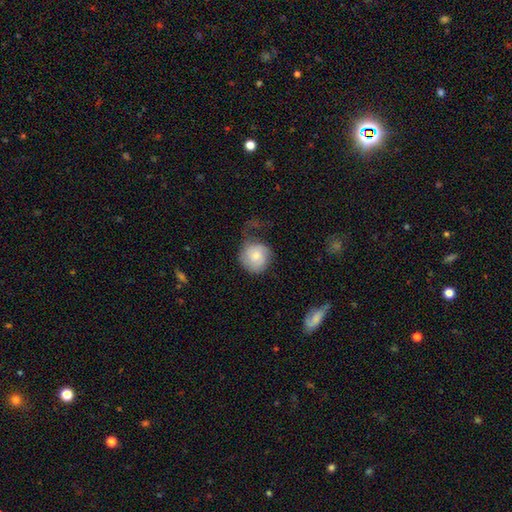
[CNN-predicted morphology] Smooth or featured?
  - smooth: 65% *
  - featured or disk: 28%
  - star or artifact: 7%
How rounded?
  - round: 85% *
  - in between: 14%
  - cigar-shaped: 1%
Merging?
  - none: 35% *
  - minor disturbance: 32%
  - major disturbance: 31%
  - merger: 3%